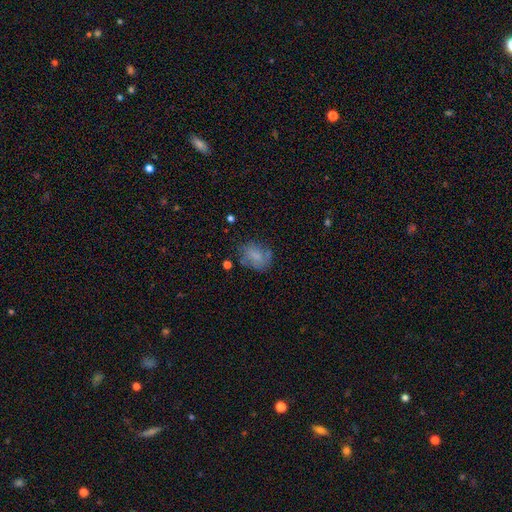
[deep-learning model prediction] smooth-or-featured: smooth: 67% | featured or disk: 22% | star or artifact: 10%
  how-rounded: in between: 66% | round: 33% | cigar-shaped: 1%
  merging: none: 56% | minor disturbance: 25% | major disturbance: 13% | merger: 5%